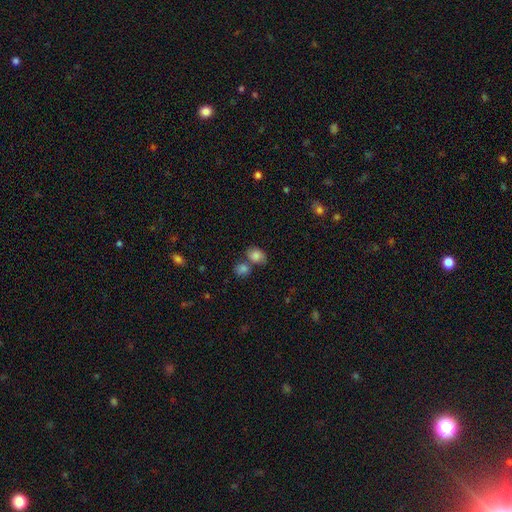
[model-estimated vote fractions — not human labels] smooth-or-featured: smooth: 81% | featured or disk: 10% | star or artifact: 10%
  how-rounded: in between: 59% | round: 39% | cigar-shaped: 1%
  merging: none: 47% | merger: 33% | minor disturbance: 15% | major disturbance: 5%